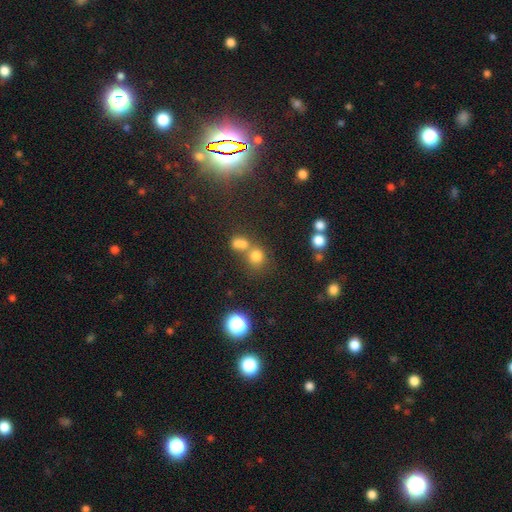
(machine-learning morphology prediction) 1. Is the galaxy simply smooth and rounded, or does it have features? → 74% smooth, 18% star or artifact, 9% featured or disk.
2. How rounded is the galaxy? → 78% round, 21% in between, 1% cigar-shaped.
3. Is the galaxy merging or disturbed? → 46% none, 41% merger, 9% minor disturbance, 5% major disturbance.